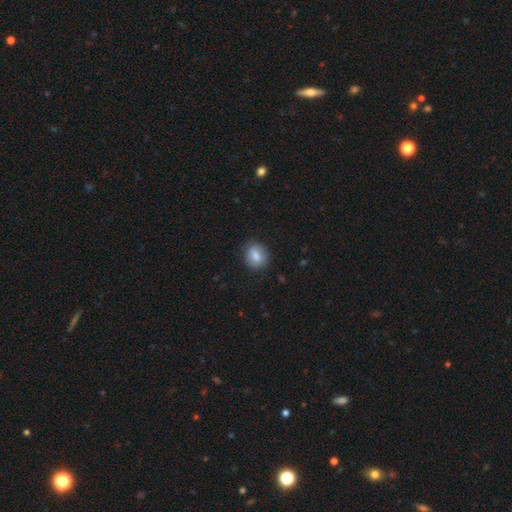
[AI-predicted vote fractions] smooth-or-featured: smooth: 79% | featured or disk: 13% | star or artifact: 8%
  how-rounded: round: 66% | in between: 32% | cigar-shaped: 1%
  merging: none: 82% | minor disturbance: 13% | major disturbance: 3% | merger: 1%